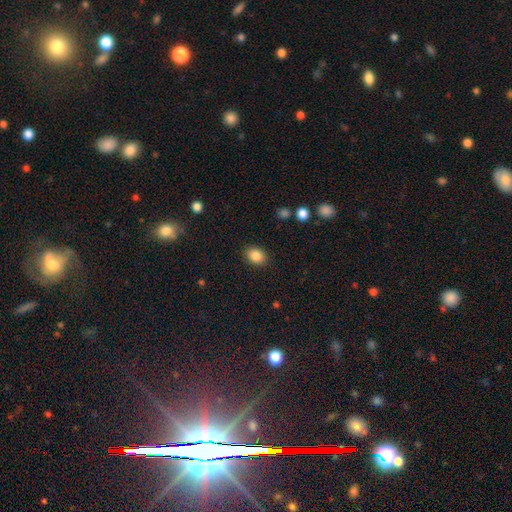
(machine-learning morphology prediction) smooth 87%, star or artifact 9%, featured or disk 4%. Down the decision tree: how rounded — in between (64%); merging — none (87%).